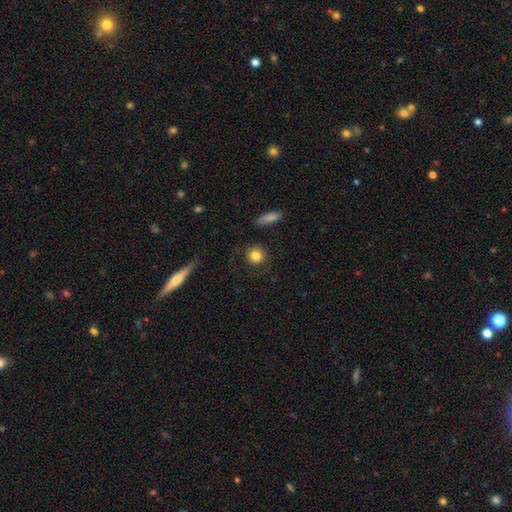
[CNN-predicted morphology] This appears to be a smooth galaxy with no disk features (83%) that is round (91%). Merging: none (83%).